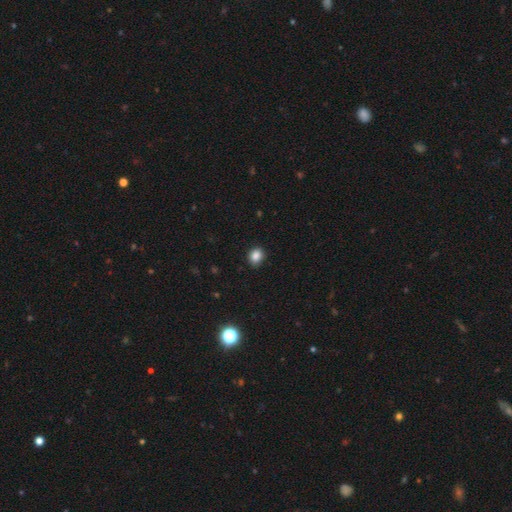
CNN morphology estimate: The model was most divided on "how rounded": round: 53%, in between: 46%, cigar-shaped: 1%. More confident: smooth or featured — smooth (86%); merging — none (86%).